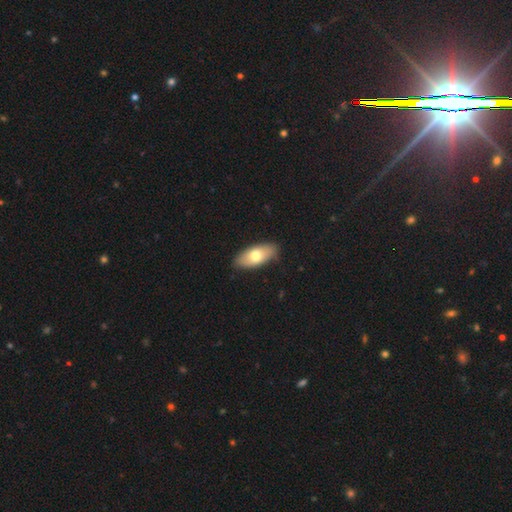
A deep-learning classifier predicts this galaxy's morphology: The model was most divided on "smooth or featured": smooth: 70%, featured or disk: 24%, star or artifact: 5%. More confident: how rounded — in between (87%); merging — none (86%).